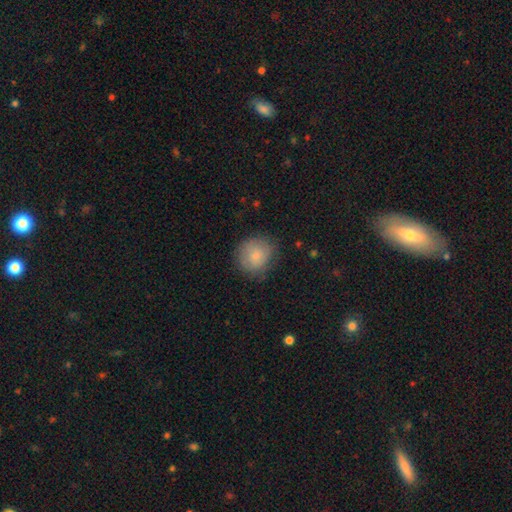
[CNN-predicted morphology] smooth_or_featured: smooth (p=0.80) [alt: featured or disk p=0.13]
how_rounded: round (p=0.87) [alt: in between p=0.12]
merging: none (p=0.77) [alt: minor disturbance p=0.16]